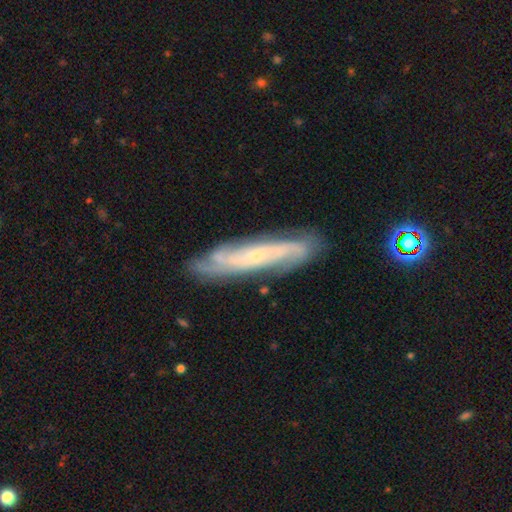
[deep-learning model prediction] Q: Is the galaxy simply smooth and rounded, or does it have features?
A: featured or disk — 77%.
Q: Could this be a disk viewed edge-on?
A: no — 67%.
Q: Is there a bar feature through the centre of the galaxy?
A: no — 59%.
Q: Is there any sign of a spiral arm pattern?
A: yes — 93%.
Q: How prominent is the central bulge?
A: small — 76%.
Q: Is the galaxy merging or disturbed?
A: none — 80%.